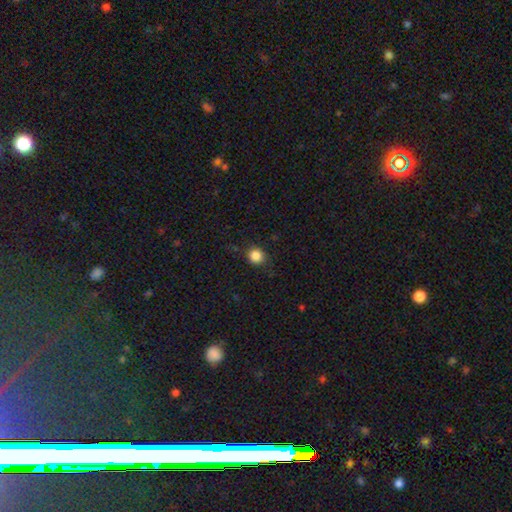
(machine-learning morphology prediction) This appears to be a smooth galaxy with no disk features (85%) that is round (87%). Merging: none (86%).